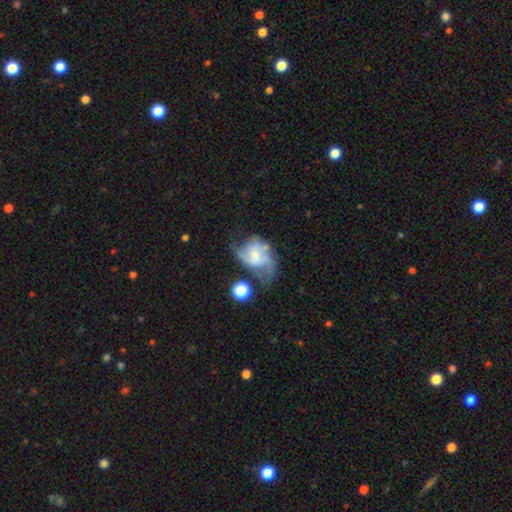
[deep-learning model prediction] smooth-or-featured: featured or disk: 66% | smooth: 25% | star or artifact: 9%
  disk-edge-on: no: 97% | yes: 3%
    bar: no: 63% | weak: 31% | strong: 6%
    has-spiral-arms: yes: 79% | no: 21%
      spiral-winding: loose: 47% | medium: 39% | tight: 14%
      spiral-arm-count: 2: 49% | can't tell: 22% | 3: 15% | 1: 7% | 4: 4% | more than 4: 3%
    bulge-size: small: 47% | moderate: 31% | none: 15% | large: 6% | dominant: 2%
  merging: major disturbance: 35% | none: 32% | minor disturbance: 24% | merger: 9%